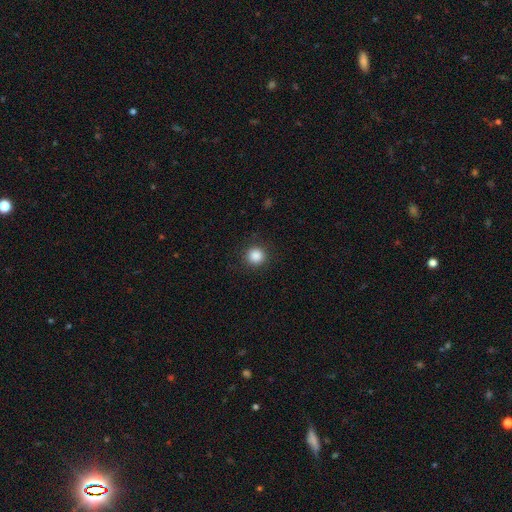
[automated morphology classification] Smooth or featured?
  - smooth: 87% *
  - star or artifact: 10%
  - featured or disk: 3%
How rounded?
  - round: 94% *
  - in between: 5%
  - cigar-shaped: 1%
Merging?
  - none: 91% *
  - minor disturbance: 6%
  - major disturbance: 2%
  - merger: 1%